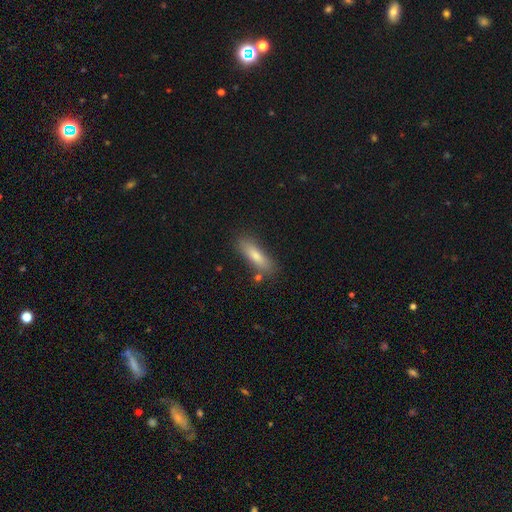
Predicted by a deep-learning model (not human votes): Overall: smooth (79%). How rounded: cigar-shaped (60%; in between 38%). Merging: none (77%).